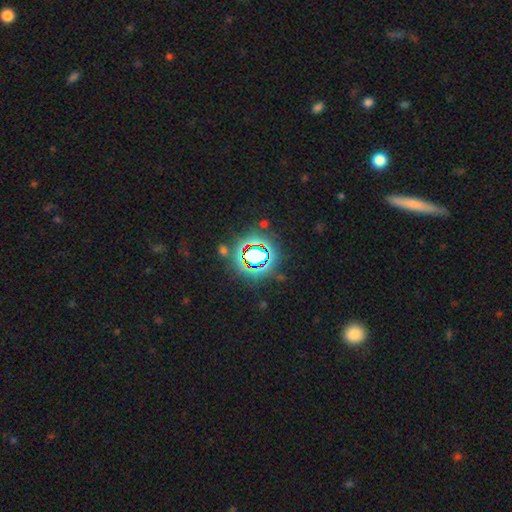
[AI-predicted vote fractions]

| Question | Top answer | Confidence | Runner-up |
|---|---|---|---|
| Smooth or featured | star or artifact | 78% | smooth (13%) |